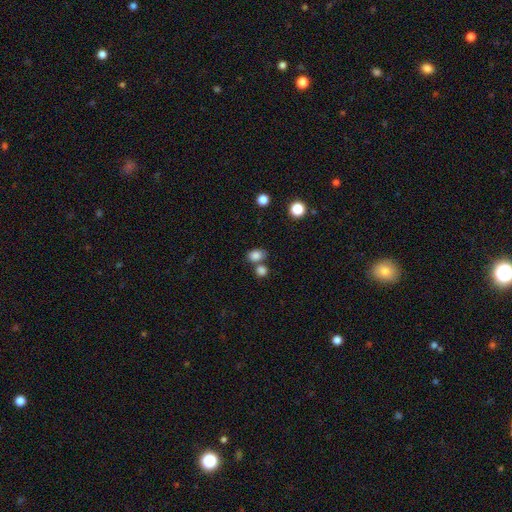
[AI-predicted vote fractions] Smooth or featured?
  - smooth: 83% *
  - star or artifact: 11%
  - featured or disk: 6%
How rounded?
  - in between: 65% *
  - round: 34%
  - cigar-shaped: 1%
Merging?
  - none: 54% *
  - merger: 30%
  - minor disturbance: 11%
  - major disturbance: 4%